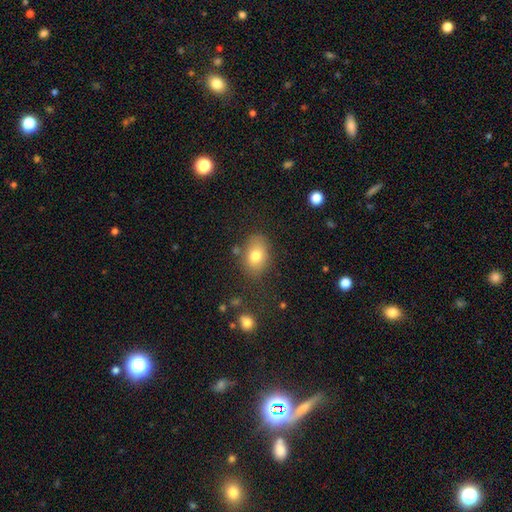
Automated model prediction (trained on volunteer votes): A smooth galaxy with no disk features (77%) that is in between round and cigar-shaped (75%). Merging: none (76%).